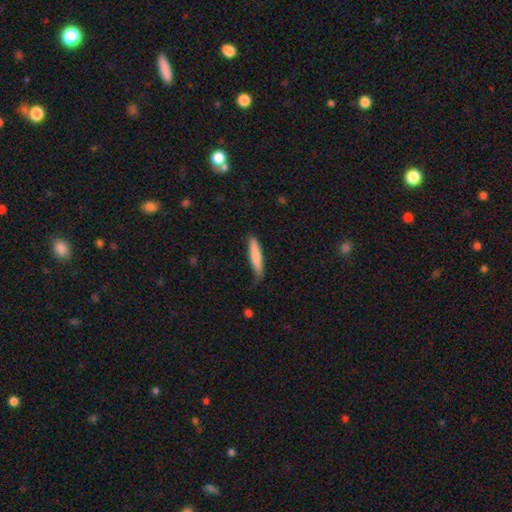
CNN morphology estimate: Smooth or featured?
  - smooth: 81% *
  - featured or disk: 14%
  - star or artifact: 5%
How rounded?
  - cigar-shaped: 88% *
  - in between: 11%
  - round: 1%
Merging?
  - none: 68% *
  - minor disturbance: 26%
  - major disturbance: 4%
  - merger: 2%